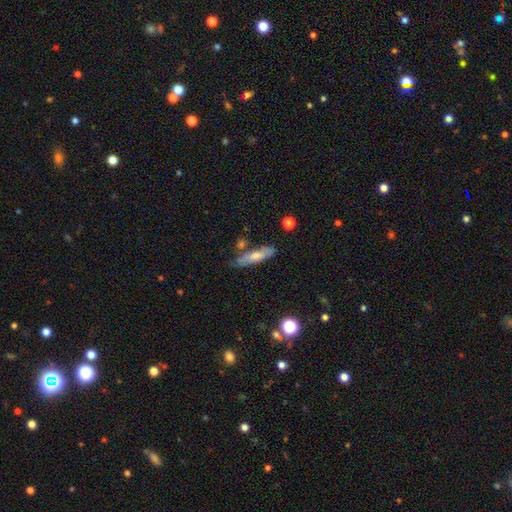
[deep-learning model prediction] Q: Smooth or featured?
A: smooth (53%); runner-up: featured or disk (38%)
Q: How rounded?
A: cigar-shaped (77%); runner-up: in between (21%)
Q: Merging?
A: none (75%); runner-up: minor disturbance (15%)